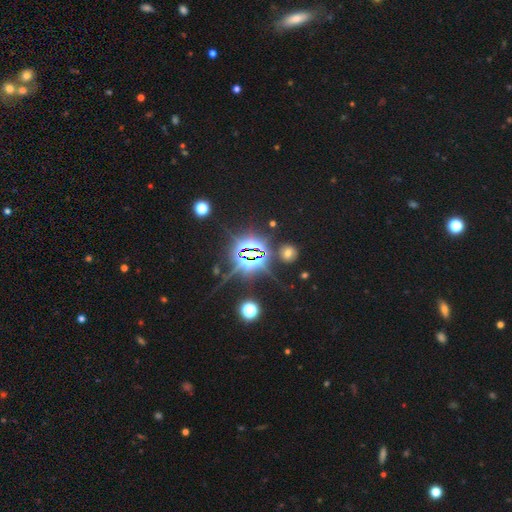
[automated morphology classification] type=star or artifact (78%).